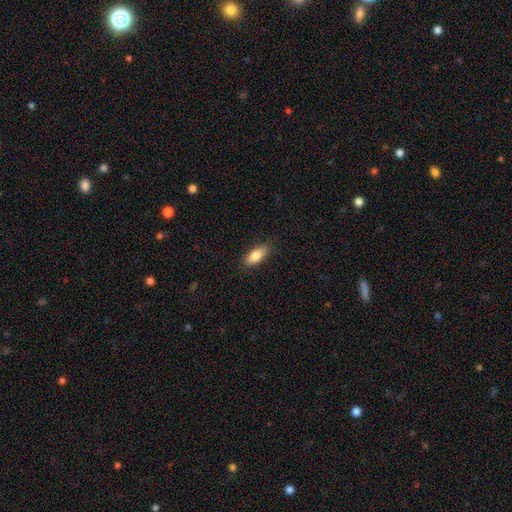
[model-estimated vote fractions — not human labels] Q: Smooth or featured?
A: smooth (84%); runner-up: featured or disk (9%)
Q: How rounded?
A: in between (83%); runner-up: cigar-shaped (14%)
Q: Merging?
A: none (85%); runner-up: minor disturbance (12%)